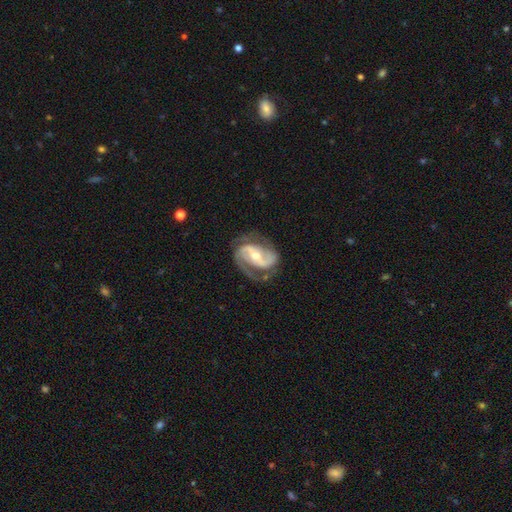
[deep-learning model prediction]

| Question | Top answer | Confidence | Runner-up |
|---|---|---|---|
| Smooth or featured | featured or disk | 90% | smooth (6%) |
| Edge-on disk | no | 97% | yes (3%) |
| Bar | weak | 40% | strong (39%) |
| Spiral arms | yes | 97% | no (3%) |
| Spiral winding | medium | 51% | tight (32%) |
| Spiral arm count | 2 | 89% | 1 (4%) |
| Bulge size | moderate | 60% | small (34%) |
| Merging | none | 68% | minor disturbance (19%) |